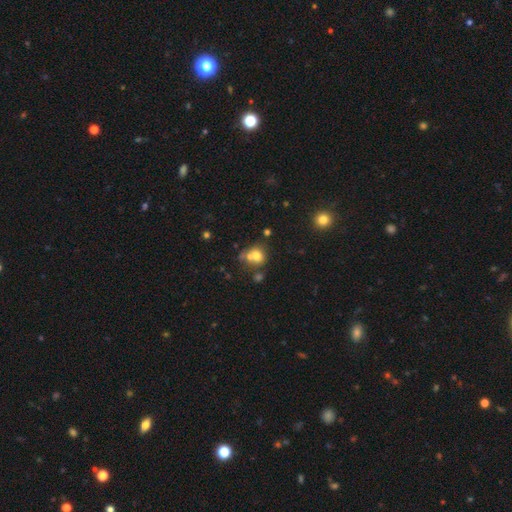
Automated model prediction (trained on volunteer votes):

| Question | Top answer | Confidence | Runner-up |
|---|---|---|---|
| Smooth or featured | smooth | 71% | featured or disk (16%) |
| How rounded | round | 68% | in between (31%) |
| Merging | merger | 42% | none (38%) |